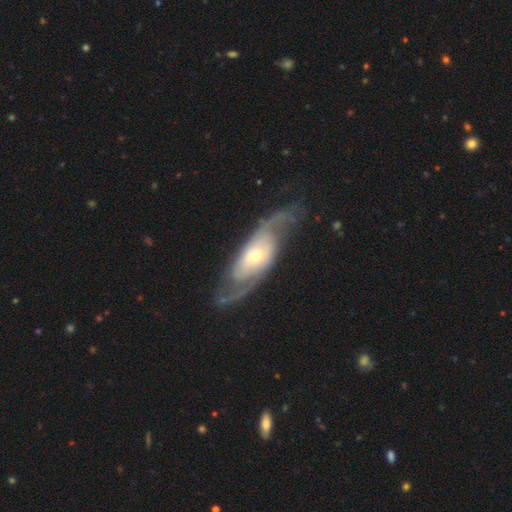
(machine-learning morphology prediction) This appears to be a featured or disk galaxy (85%) with no bar (66%), 2 (86%) medium (41%) spiral arms (94%) and a small central bulge (50%). Merging: none (72%).